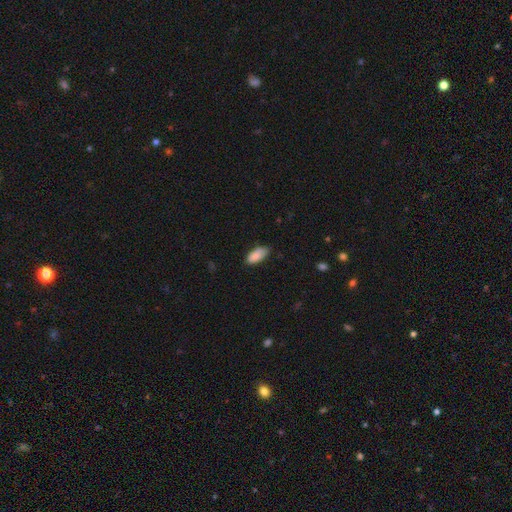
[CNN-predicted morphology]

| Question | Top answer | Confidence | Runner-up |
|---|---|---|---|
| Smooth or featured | smooth | 87% | featured or disk (6%) |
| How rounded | in between | 88% | cigar-shaped (10%) |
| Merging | none | 70% | minor disturbance (25%) |